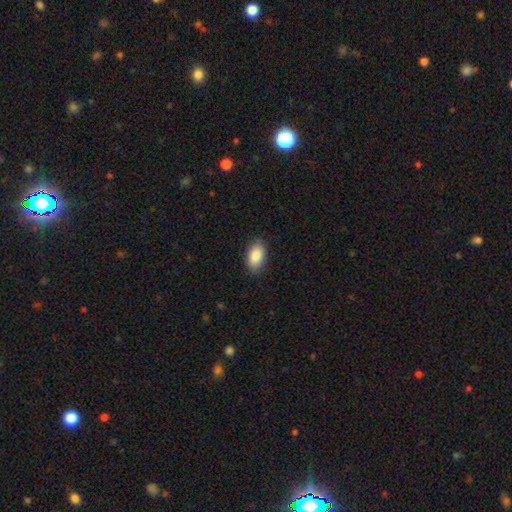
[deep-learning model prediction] A smooth galaxy with no disk features (89%) that is in between round and cigar-shaped (94%).

Vote fractions:
- Smooth or featured? smooth: 89% / star or artifact: 7% / featured or disk: 5%
- How rounded? in between: 94% / round: 4% / cigar-shaped: 2%
- Merging? none: 87% / minor disturbance: 10% / major disturbance: 2% / merger: 1%